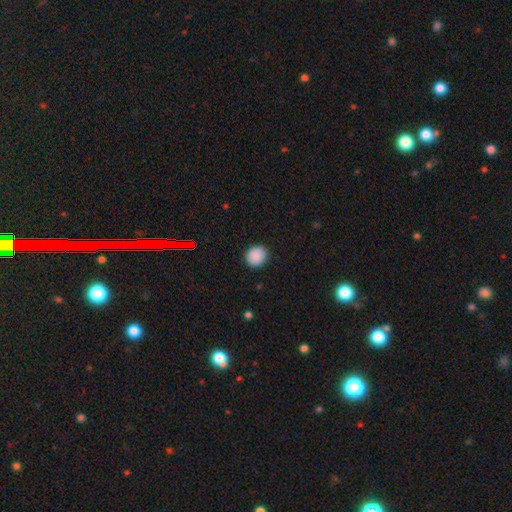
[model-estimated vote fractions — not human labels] Smooth or featured?
  - smooth: 88% *
  - star or artifact: 9%
  - featured or disk: 3%
How rounded?
  - round: 78% *
  - in between: 21%
  - cigar-shaped: 1%
Merging?
  - none: 89% *
  - minor disturbance: 8%
  - major disturbance: 2%
  - merger: 1%